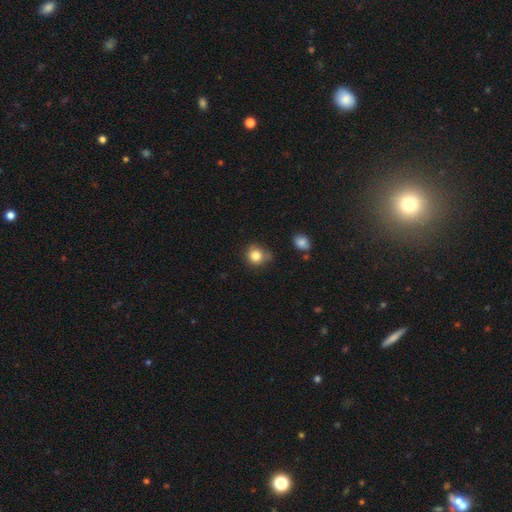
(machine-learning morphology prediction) The model was most divided on "merging": none: 73%, minor disturbance: 18%, merger: 6%, major disturbance: 3%. More confident: how rounded — round (87%); smooth or featured — smooth (83%).